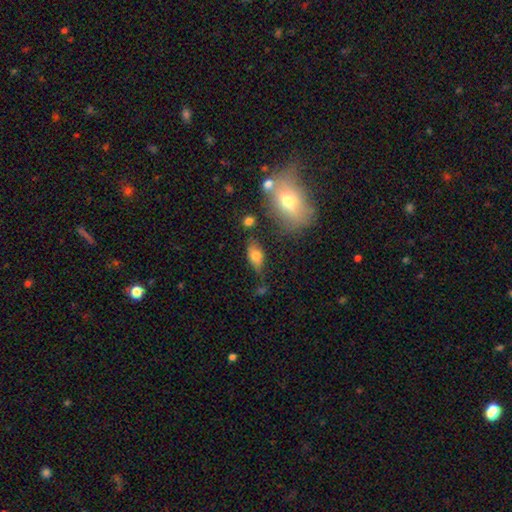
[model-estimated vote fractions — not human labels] smooth-or-featured: smooth: 72% | featured or disk: 18% | star or artifact: 9%
  how-rounded: in between: 85% | round: 9% | cigar-shaped: 6%
  merging: none: 60% | minor disturbance: 24% | major disturbance: 9% | merger: 7%